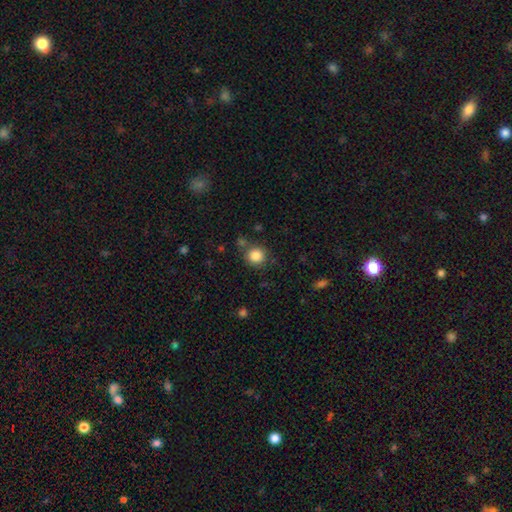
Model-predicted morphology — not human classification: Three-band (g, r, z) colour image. It shows a smooth galaxy with no disk features (86%) that is round (90%). Merging: none (80%).